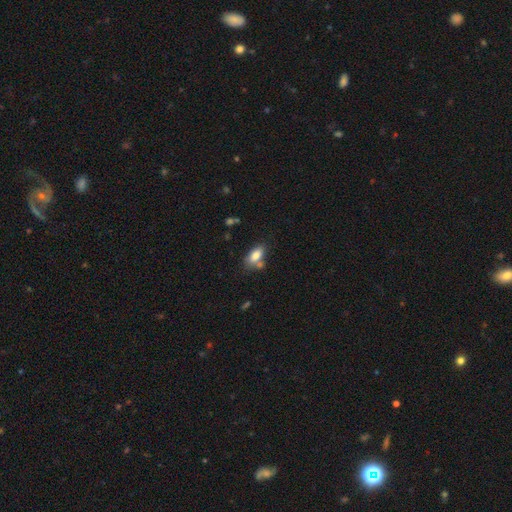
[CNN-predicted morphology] This is clearly a smooth galaxy (81%). How rounded: clearly in between (88%). Merging: possibly none (58%).